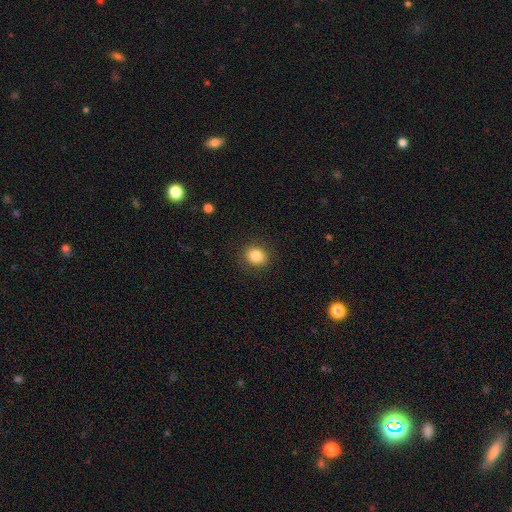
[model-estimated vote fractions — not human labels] Smooth or featured: smooth — 85% (star or artifact — 10%)
How rounded: round — 70% (in between — 29%)
Merging: none — 89% (minor disturbance — 7%)